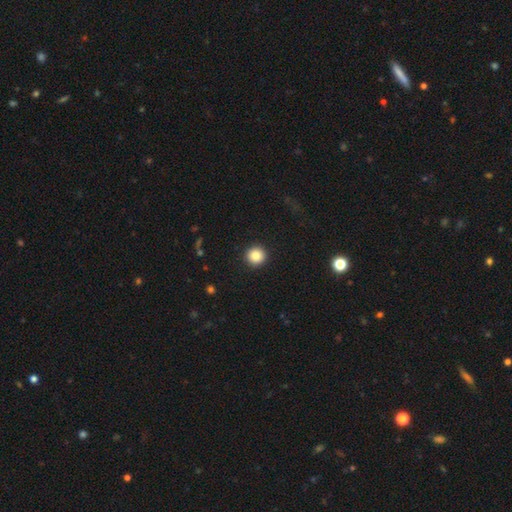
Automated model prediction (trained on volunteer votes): A smooth galaxy with no disk features (85%) that is round (95%).

Vote fractions:
- Smooth or featured? smooth: 85% / star or artifact: 10% / featured or disk: 5%
- How rounded? round: 95% / in between: 4% / cigar-shaped: 1%
- Merging? none: 93% / minor disturbance: 5% / major disturbance: 2% / merger: 1%